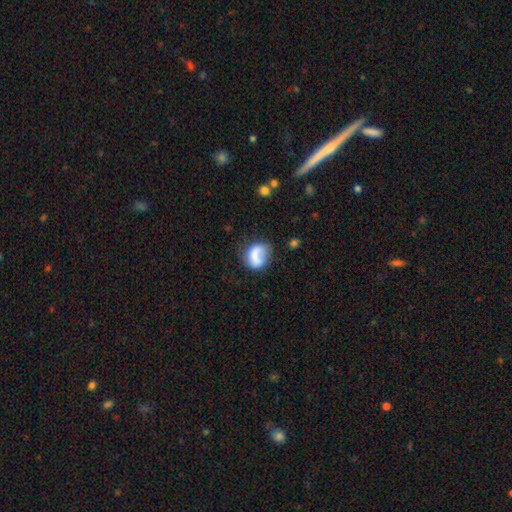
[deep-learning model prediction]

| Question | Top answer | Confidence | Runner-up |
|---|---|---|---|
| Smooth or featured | smooth | 67% | featured or disk (25%) |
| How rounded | round | 54% | in between (45%) |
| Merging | none | 48% | minor disturbance (26%) |